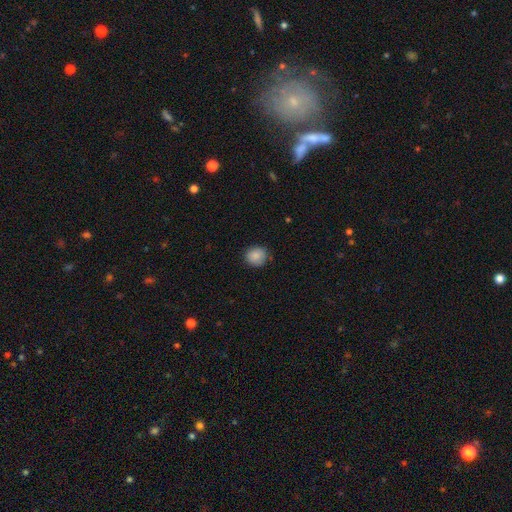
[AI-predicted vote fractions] Smooth or featured?
  - smooth: 86% *
  - star or artifact: 8%
  - featured or disk: 5%
How rounded?
  - round: 84% *
  - in between: 15%
  - cigar-shaped: 1%
Merging?
  - none: 82% *
  - minor disturbance: 14%
  - major disturbance: 3%
  - merger: 1%